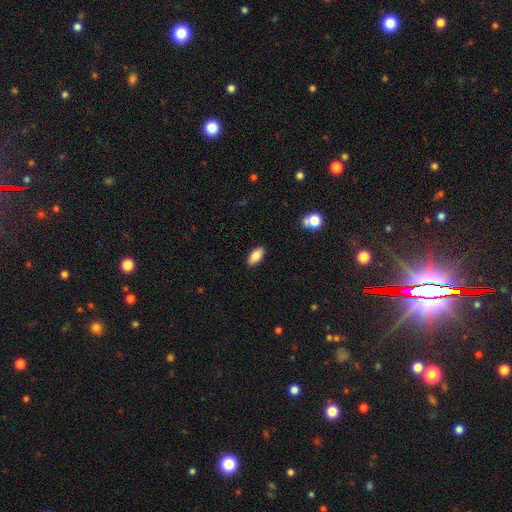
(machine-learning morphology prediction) Smooth or featured?
  - smooth: 84% *
  - featured or disk: 9%
  - star or artifact: 7%
How rounded?
  - in between: 91% *
  - cigar-shaped: 6%
  - round: 3%
Merging?
  - none: 89% *
  - minor disturbance: 8%
  - major disturbance: 2%
  - merger: 1%